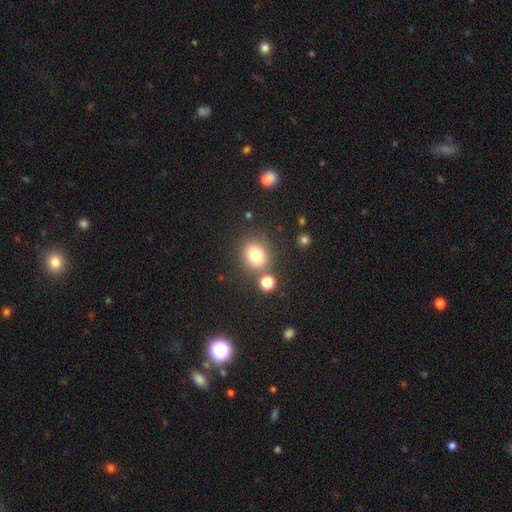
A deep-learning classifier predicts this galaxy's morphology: A smooth galaxy with no disk features (78%) that is round (73%). Merging: none (73%).